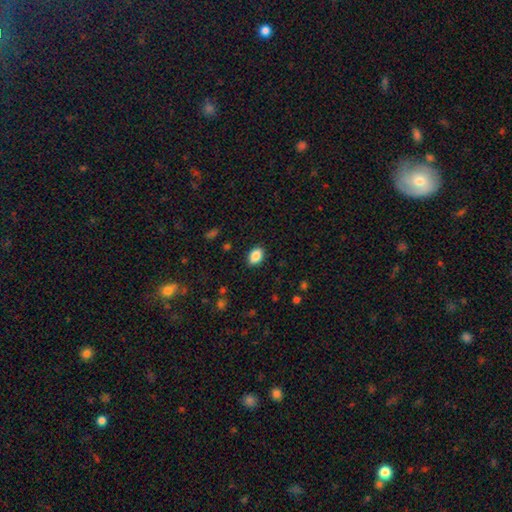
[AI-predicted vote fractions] This is clearly a smooth galaxy (87%). How rounded: clearly in between (83%). Merging: clearly none (88%).